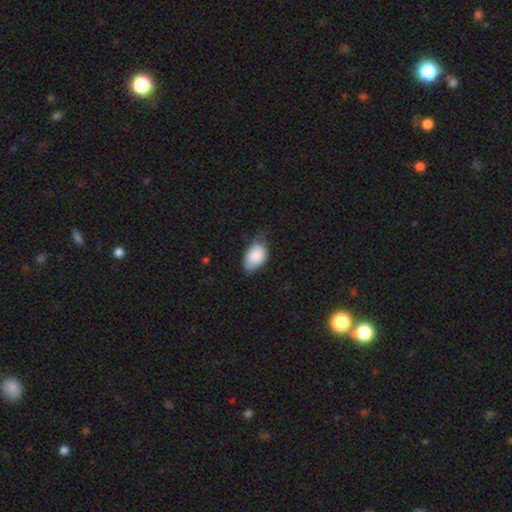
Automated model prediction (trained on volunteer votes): A smooth galaxy with no disk features (83%) that is in between round and cigar-shaped (88%).

Vote fractions:
- Smooth or featured? smooth: 83% / featured or disk: 10% / star or artifact: 7%
- How rounded? in between: 88% / round: 10% / cigar-shaped: 1%
- Merging? minor disturbance: 45% / none: 41% / major disturbance: 11% / merger: 2%